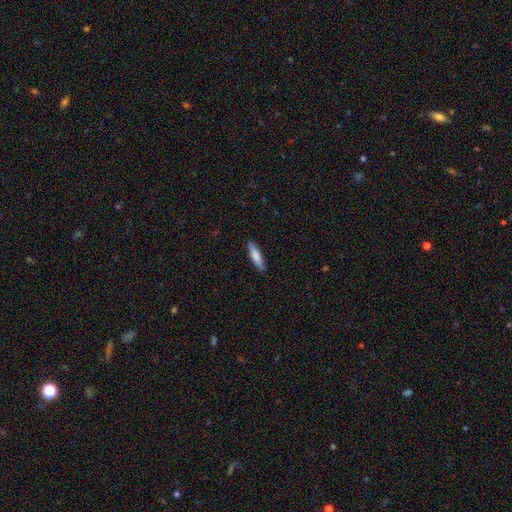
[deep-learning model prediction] Q: Smooth or featured?
A: smooth (79%); runner-up: featured or disk (15%)
Q: How rounded?
A: cigar-shaped (75%); runner-up: in between (24%)
Q: Merging?
A: none (88%); runner-up: minor disturbance (9%)